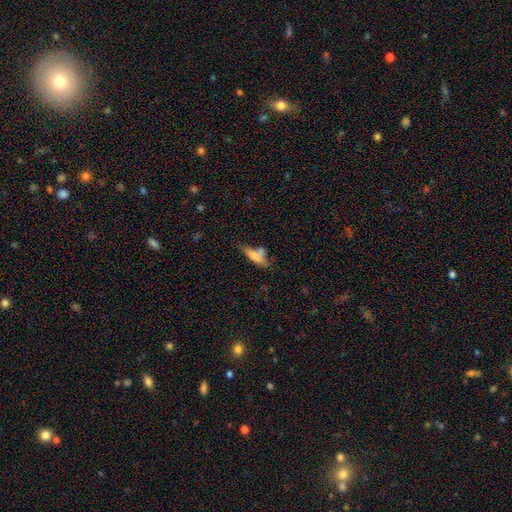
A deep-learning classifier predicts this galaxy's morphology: Smooth or featured: smooth — 69% (featured or disk — 22%)
How rounded: cigar-shaped — 50% (in between — 47%)
Merging: none — 40% (merger — 30%)